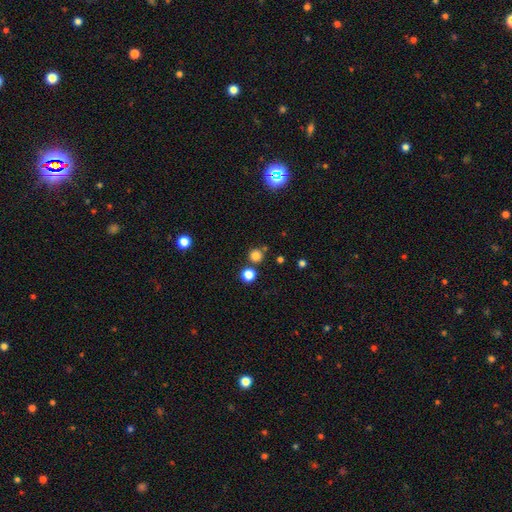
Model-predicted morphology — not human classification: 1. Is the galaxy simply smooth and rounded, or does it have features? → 77% smooth, 17% star or artifact, 5% featured or disk.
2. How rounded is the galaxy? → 94% round, 5% in between, 1% cigar-shaped.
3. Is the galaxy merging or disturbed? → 78% none, 12% merger, 7% minor disturbance, 3% major disturbance.